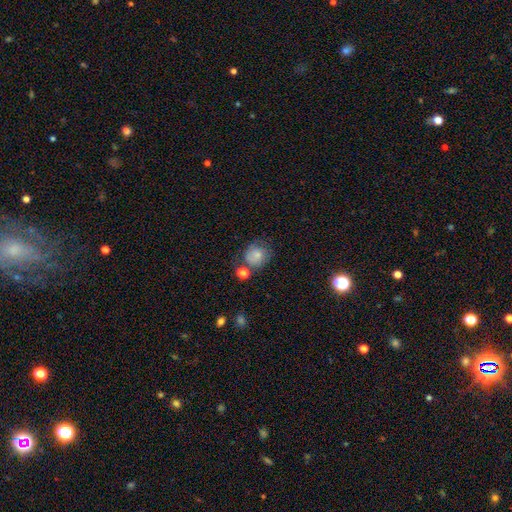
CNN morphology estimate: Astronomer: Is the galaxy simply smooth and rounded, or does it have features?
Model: smooth — 75%.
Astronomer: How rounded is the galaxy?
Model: round — 76%.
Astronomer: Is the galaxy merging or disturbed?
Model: none — 54%.